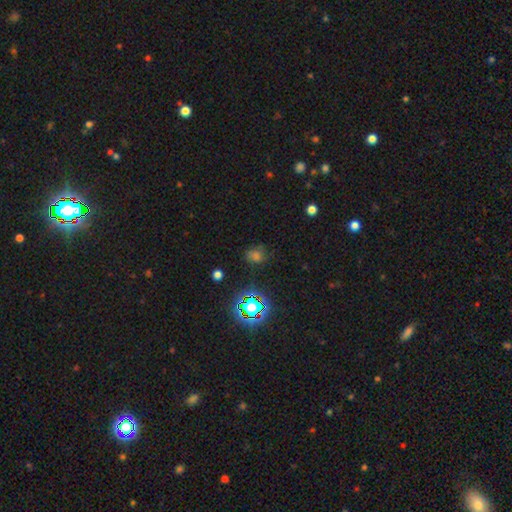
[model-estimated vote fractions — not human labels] Overall: smooth (51%; star or artifact 40%). How rounded: round (50%; in between 48%). Merging: none (69%).